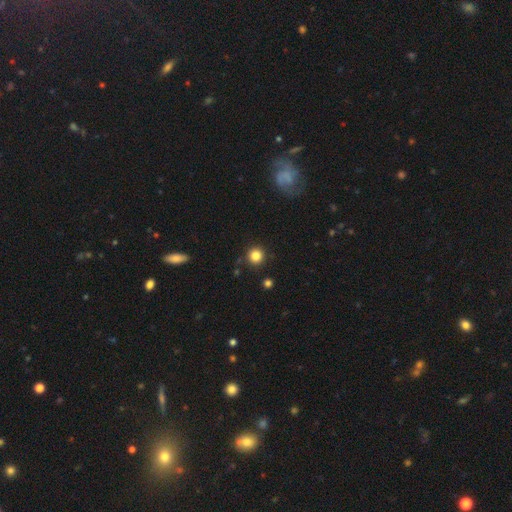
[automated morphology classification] Q: Smooth or featured?
A: smooth (84%); runner-up: star or artifact (12%)
Q: How rounded?
A: round (95%); runner-up: in between (4%)
Q: Merging?
A: none (89%); runner-up: minor disturbance (7%)